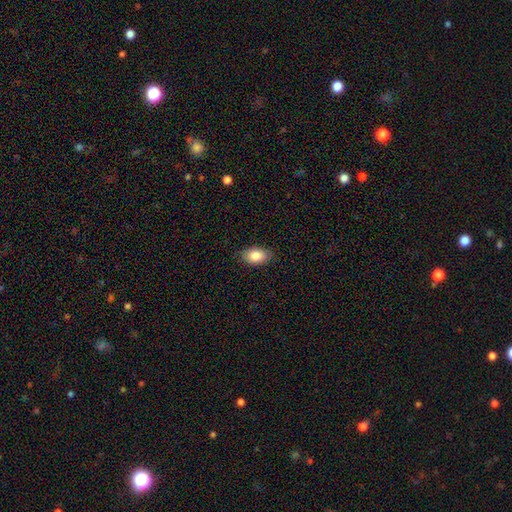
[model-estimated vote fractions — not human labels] Smooth or featured: smooth — 85% (featured or disk — 8%)
How rounded: in between — 91% (round — 7%)
Merging: none — 87% (minor disturbance — 10%)